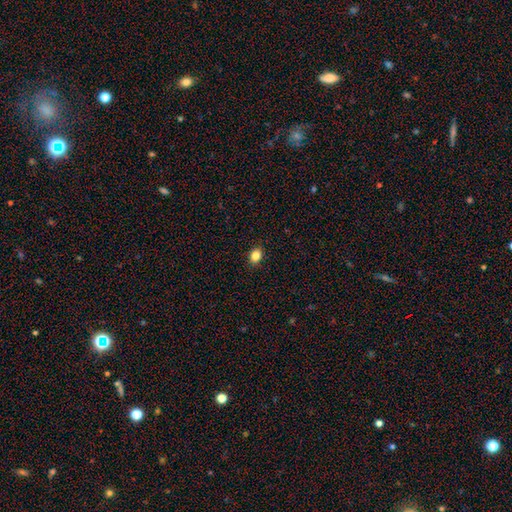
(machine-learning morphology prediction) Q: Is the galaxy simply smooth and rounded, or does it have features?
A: smooth — 85%.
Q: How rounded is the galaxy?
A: in between — 65%.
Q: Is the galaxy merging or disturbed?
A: none — 90%.